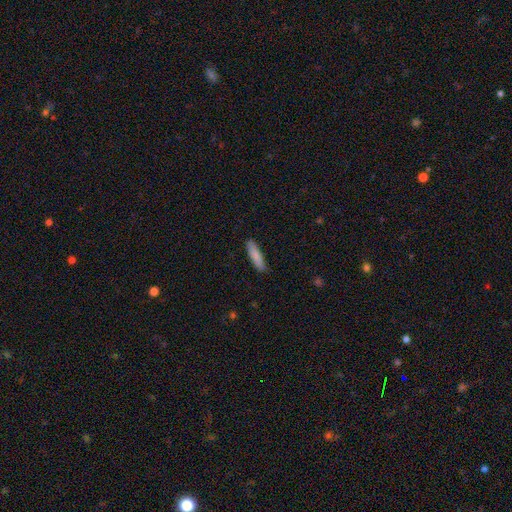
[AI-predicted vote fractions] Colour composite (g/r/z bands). It shows a smooth galaxy with no disk features (85%) that is cigar-shaped (78%). Merging: none (88%).